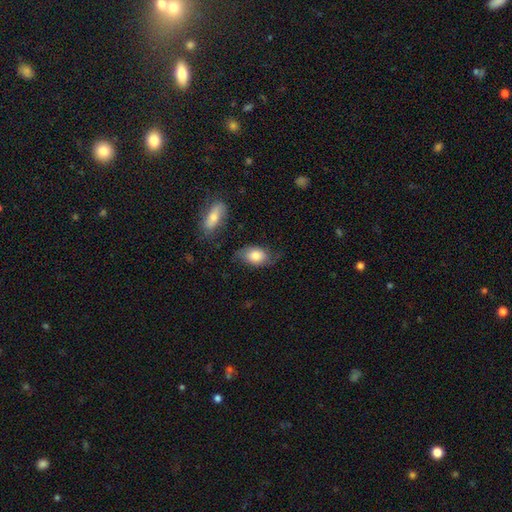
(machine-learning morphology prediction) Q: Smooth or featured?
A: smooth (68%); runner-up: featured or disk (25%)
Q: How rounded?
A: in between (83%); runner-up: round (15%)
Q: Merging?
A: none (56%); runner-up: minor disturbance (28%)